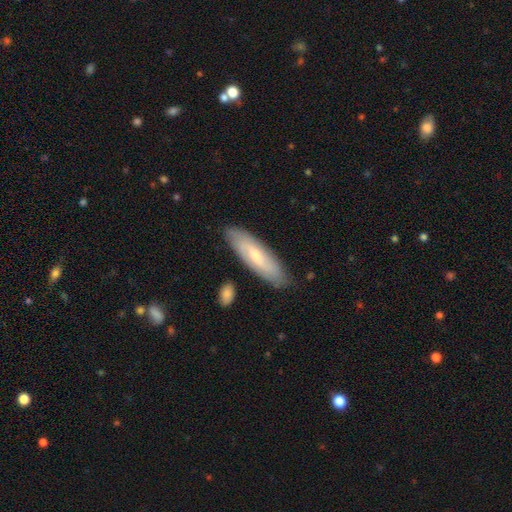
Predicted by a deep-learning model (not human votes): Smooth or featured?
  - smooth: 50% *
  - featured or disk: 44%
  - star or artifact: 6%
How rounded?
  - cigar-shaped: 53% *
  - in between: 45%
  - round: 2%
Merging?
  - none: 83% *
  - minor disturbance: 13%
  - major disturbance: 2%
  - merger: 2%